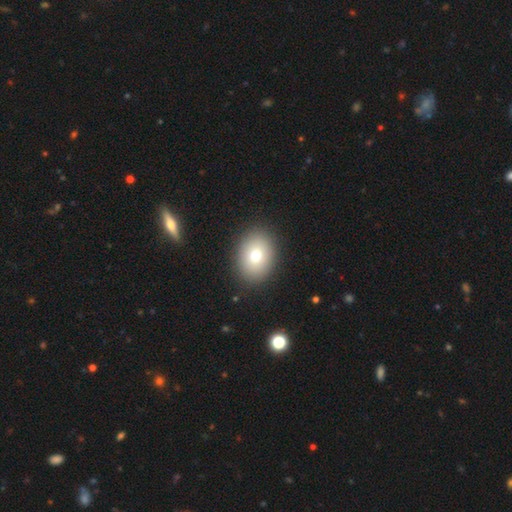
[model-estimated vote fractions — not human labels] A smooth galaxy with no disk features (76%) that is in between round and cigar-shaped (62%). Merging: none (89%).